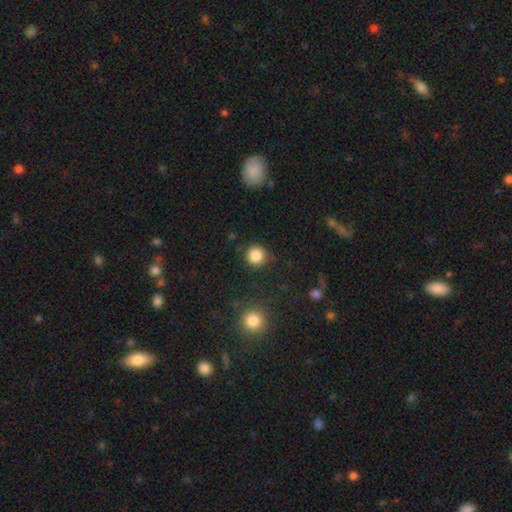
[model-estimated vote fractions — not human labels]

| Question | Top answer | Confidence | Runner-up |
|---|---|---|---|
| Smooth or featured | smooth | 86% | star or artifact (10%) |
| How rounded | round | 94% | in between (5%) |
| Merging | none | 89% | minor disturbance (6%) |